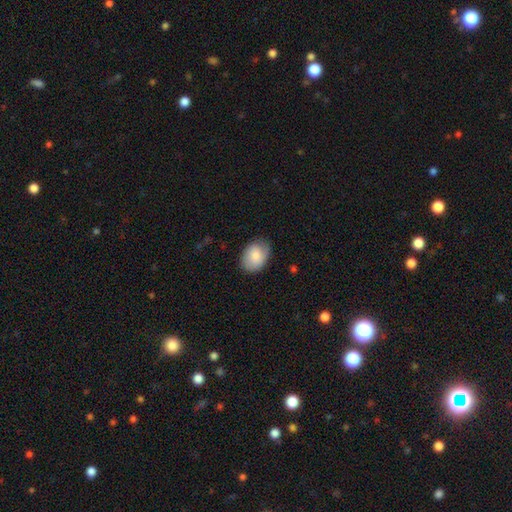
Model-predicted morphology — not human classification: type=smooth (78%); roundness=in between (76%); merging=none (75%).